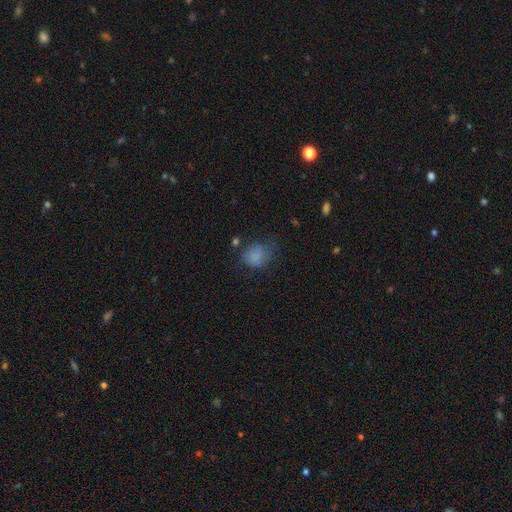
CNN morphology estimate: Smooth or featured?
  - smooth: 78% *
  - star or artifact: 12%
  - featured or disk: 10%
How rounded?
  - round: 51% *
  - in between: 48%
  - cigar-shaped: 1%
Merging?
  - none: 51% *
  - minor disturbance: 29%
  - major disturbance: 17%
  - merger: 3%